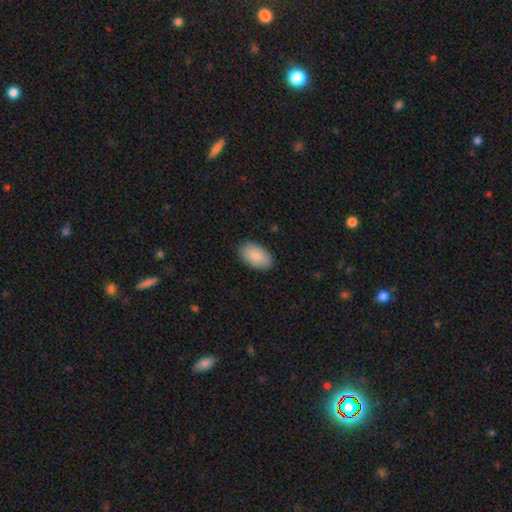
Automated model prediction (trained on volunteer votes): smooth_or_featured: smooth (p=0.87) [alt: featured or disk p=0.07]
how_rounded: in between (p=0.94) [alt: round p=0.05]
merging: none (p=0.87) [alt: minor disturbance p=0.10]